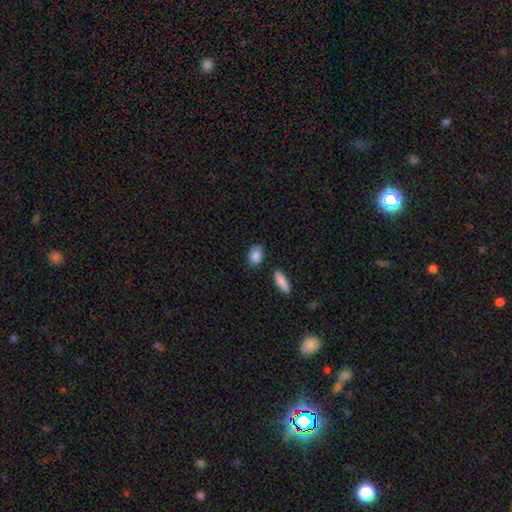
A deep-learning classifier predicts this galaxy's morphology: A smooth galaxy with no disk features (88%) that is in between round and cigar-shaped (79%).

Vote fractions:
- Smooth or featured? smooth: 88% / star or artifact: 7% / featured or disk: 5%
- How rounded? in between: 79% / round: 18% / cigar-shaped: 3%
- Merging? none: 80% / minor disturbance: 13% / merger: 5% / major disturbance: 3%